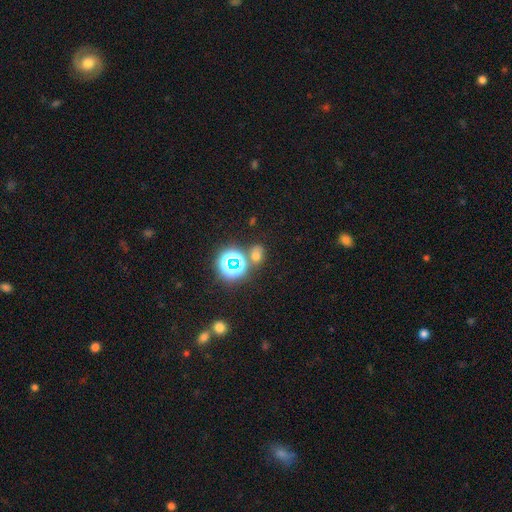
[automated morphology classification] Smooth or featured? Predicted: smooth (p=0.54). How rounded? Predicted: round (p=0.50). Merging? Predicted: none (p=0.70).